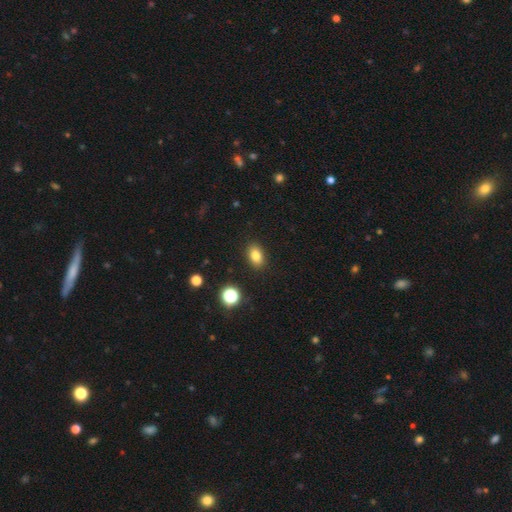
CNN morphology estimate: This is clearly a smooth galaxy (82%). How rounded: clearly in between (80%). Merging: clearly none (89%).